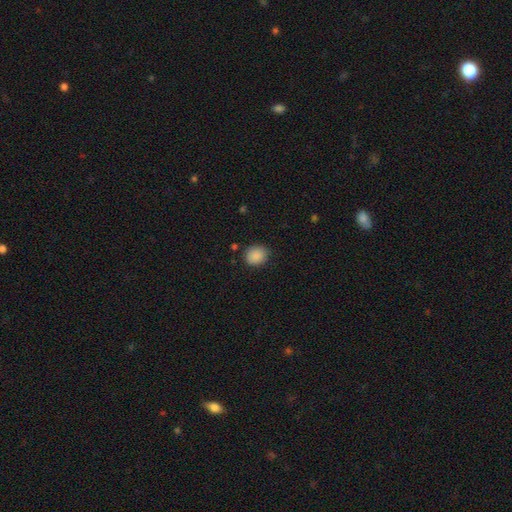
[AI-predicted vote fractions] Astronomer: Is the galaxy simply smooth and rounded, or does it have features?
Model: smooth — 89%.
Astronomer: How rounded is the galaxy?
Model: round — 69%.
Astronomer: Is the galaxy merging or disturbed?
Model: none — 83%.